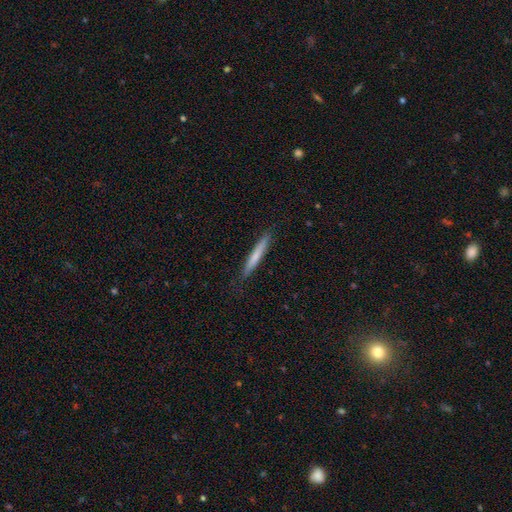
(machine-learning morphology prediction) The model was most divided on "smooth or featured": smooth: 66%, featured or disk: 28%, star or artifact: 5%. More confident: how rounded — cigar-shaped (96%); merging — none (88%).